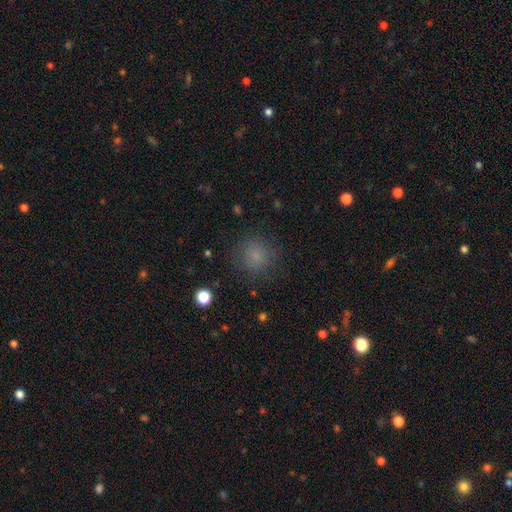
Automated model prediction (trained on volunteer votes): Q: Smooth or featured?
A: smooth (78%); runner-up: star or artifact (16%)
Q: How rounded?
A: round (91%); runner-up: in between (8%)
Q: Merging?
A: none (84%); runner-up: minor disturbance (10%)